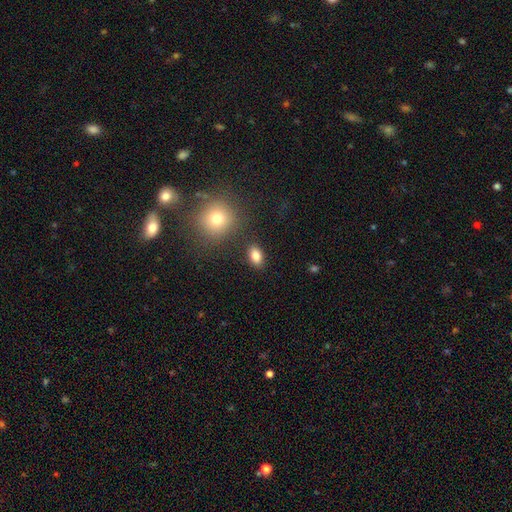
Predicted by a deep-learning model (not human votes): This is clearly a smooth galaxy (84%). How rounded: clearly in between (85%). Merging: clearly none (84%).